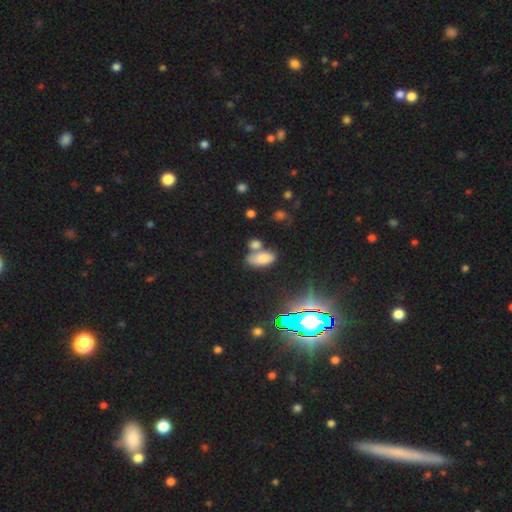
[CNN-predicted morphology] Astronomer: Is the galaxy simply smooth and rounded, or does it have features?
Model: smooth — 52% (runner-up: star or artifact, 34%).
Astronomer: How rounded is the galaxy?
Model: in between — 83%.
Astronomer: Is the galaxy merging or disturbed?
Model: none — 60%.